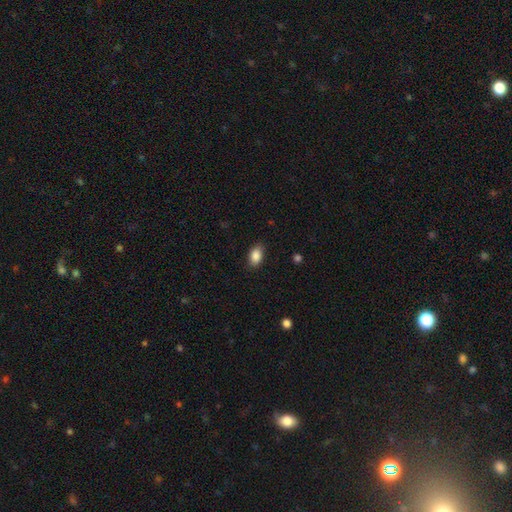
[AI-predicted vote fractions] Smooth or featured? Predicted: smooth (p=0.88). How rounded? Predicted: in between (p=0.89). Merging? Predicted: none (p=0.85).